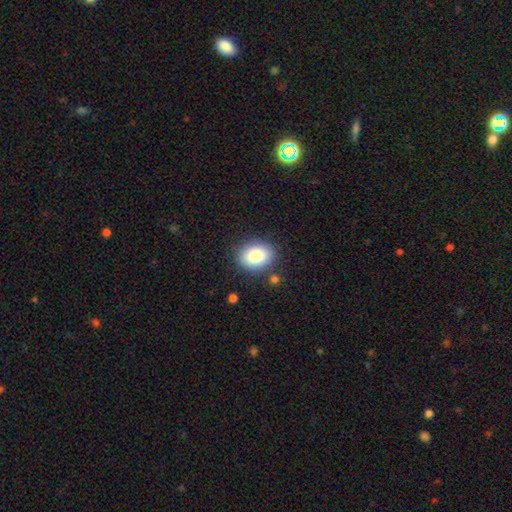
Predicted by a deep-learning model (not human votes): Smooth or featured?
  - smooth: 82% *
  - featured or disk: 10%
  - star or artifact: 8%
How rounded?
  - in between: 63% *
  - round: 36%
  - cigar-shaped: 1%
Merging?
  - none: 84% *
  - minor disturbance: 10%
  - major disturbance: 3%
  - merger: 3%